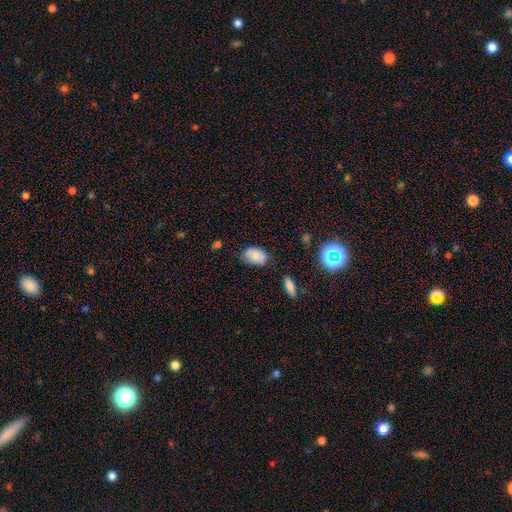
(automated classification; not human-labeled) smooth-or-featured: smooth: 79% | featured or disk: 12% | star or artifact: 9%
  how-rounded: in between: 89% | round: 10% | cigar-shaped: 1%
  merging: none: 71% | minor disturbance: 22% | major disturbance: 4% | merger: 3%